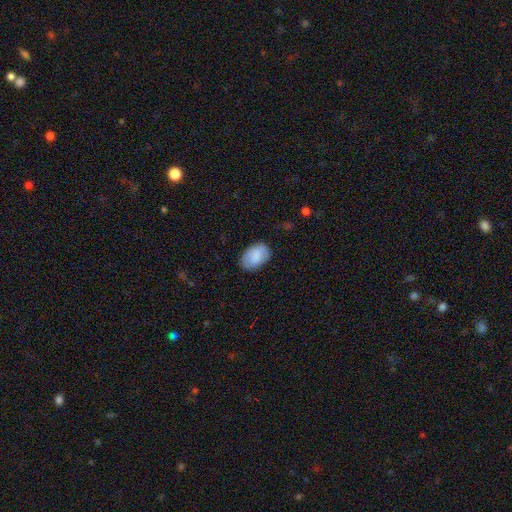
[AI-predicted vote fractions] smooth_or_featured: smooth (p=0.85) [alt: featured or disk p=0.09]
how_rounded: in between (p=0.88) [alt: round p=0.11]
merging: none (p=0.81) [alt: minor disturbance p=0.15]